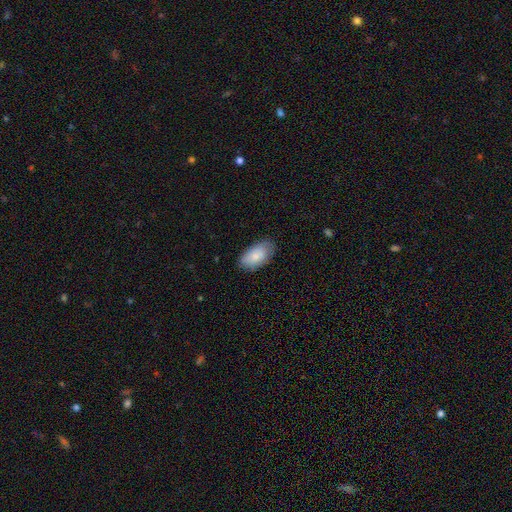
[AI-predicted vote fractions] The model was most divided on "merging": none: 76%, minor disturbance: 19%, major disturbance: 4%, merger: 1%. More confident: how rounded — in between (94%); smooth or featured — smooth (81%).